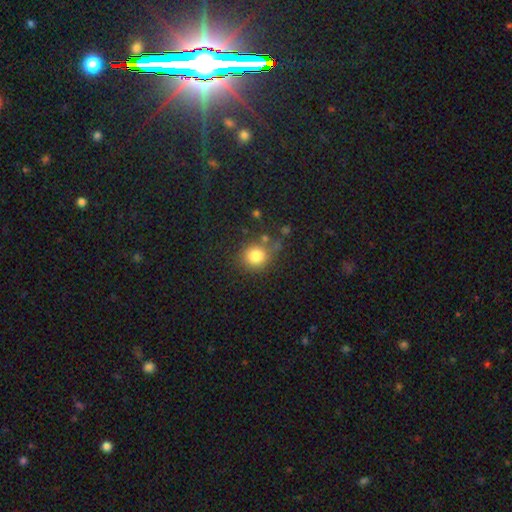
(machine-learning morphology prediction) smooth_or_featured: smooth (p=0.82) [alt: star or artifact p=0.11]
how_rounded: round (p=0.83) [alt: in between p=0.16]
merging: none (p=0.68) [alt: minor disturbance p=0.17]